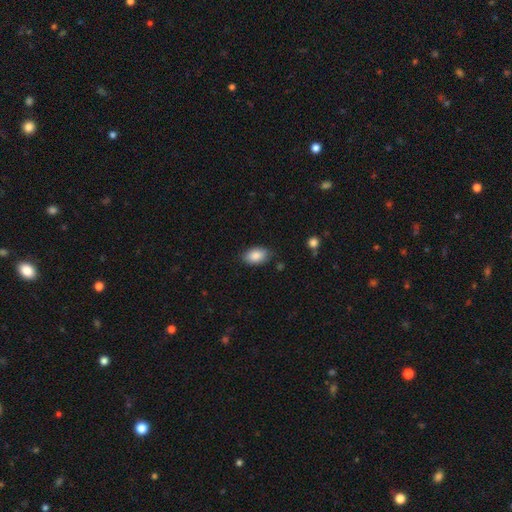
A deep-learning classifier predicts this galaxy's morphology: A smooth galaxy with no disk features (88%) that is in between round and cigar-shaped (90%). Merging: none (83%).